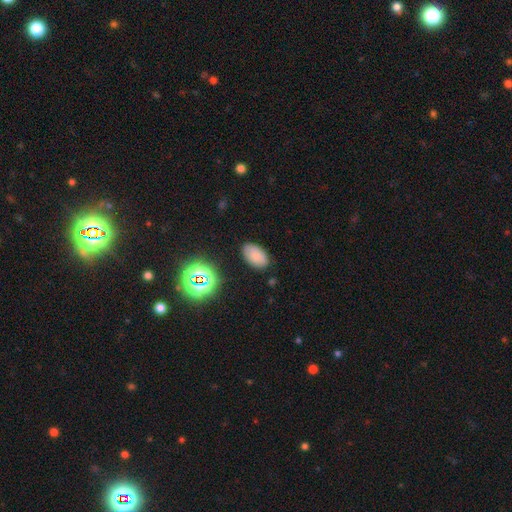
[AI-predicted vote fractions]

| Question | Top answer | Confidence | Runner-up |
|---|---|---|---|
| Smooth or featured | smooth | 78% | star or artifact (14%) |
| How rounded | in between | 93% | round (6%) |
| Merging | none | 84% | minor disturbance (11%) |